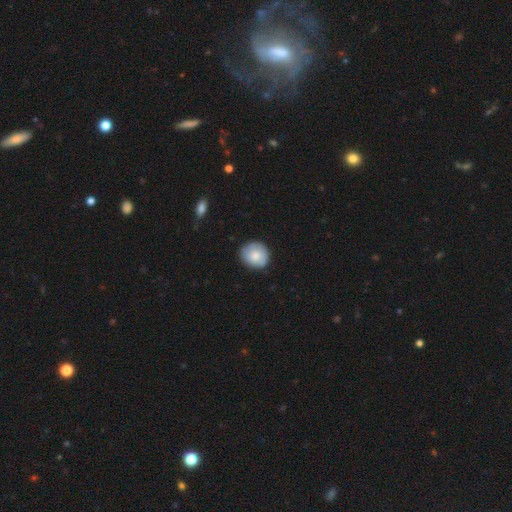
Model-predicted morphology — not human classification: Overall: smooth (80%). How rounded: round (82%). Merging: none (83%).